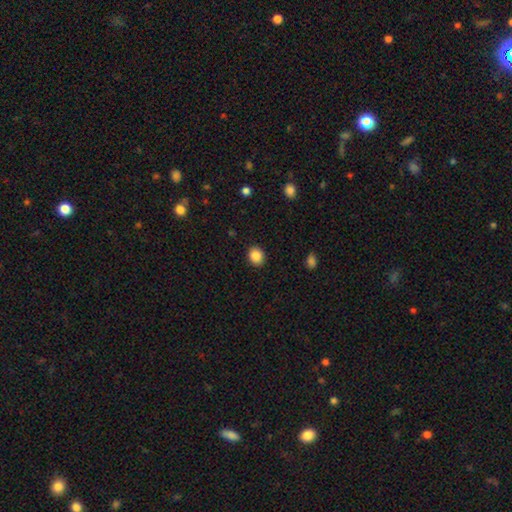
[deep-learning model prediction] Smooth or featured?
  - smooth: 86% *
  - star or artifact: 9%
  - featured or disk: 4%
How rounded?
  - round: 70% *
  - in between: 29%
  - cigar-shaped: 1%
Merging?
  - none: 90% *
  - minor disturbance: 7%
  - major disturbance: 2%
  - merger: 1%